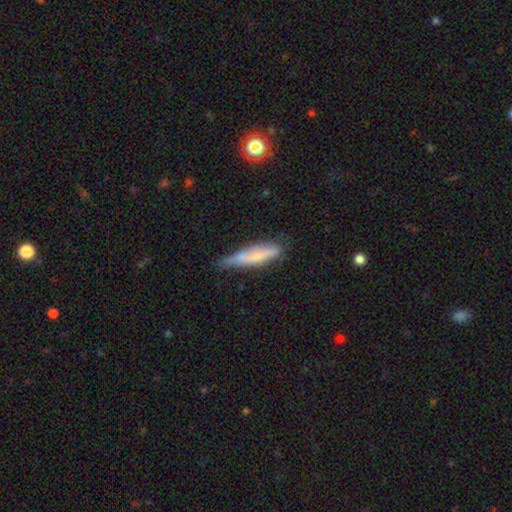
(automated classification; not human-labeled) A smooth galaxy with no disk features (59%) that is cigar-shaped (79%). Merging: none (52%).